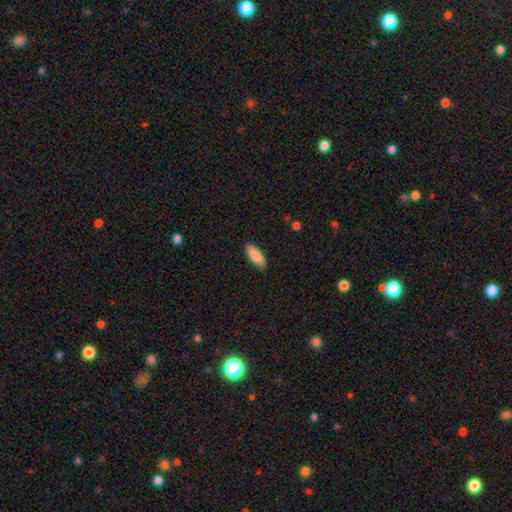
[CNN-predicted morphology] smooth-or-featured: smooth: 87% | featured or disk: 7% | star or artifact: 6%
  how-rounded: in between: 79% | cigar-shaped: 19% | round: 2%
  merging: none: 88% | minor disturbance: 9% | major disturbance: 2% | merger: 1%